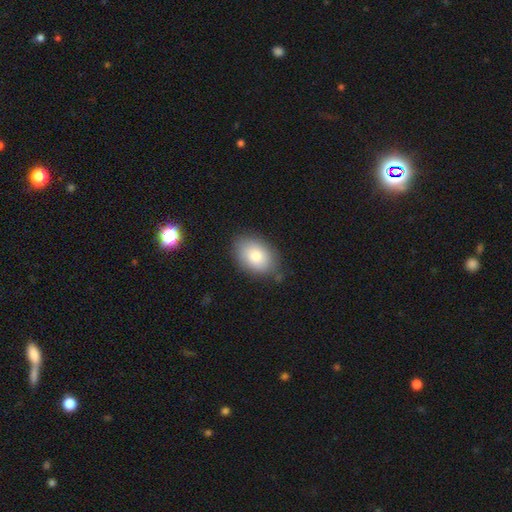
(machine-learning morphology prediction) smooth-or-featured: smooth: 80% | featured or disk: 11% | star or artifact: 8%
  how-rounded: in between: 84% | round: 15% | cigar-shaped: 1%
  merging: none: 80% | minor disturbance: 15% | major disturbance: 3% | merger: 2%